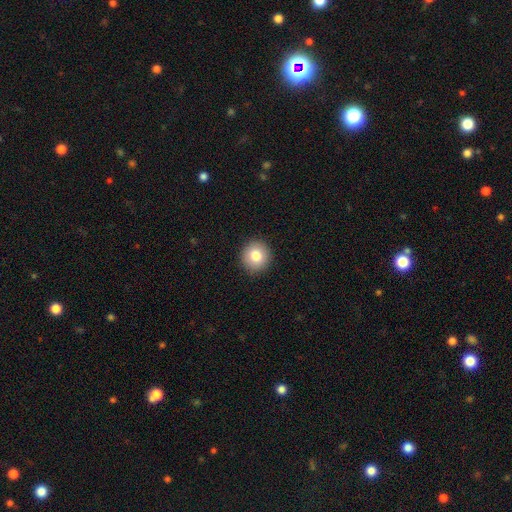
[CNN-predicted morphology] Smooth or featured: smooth — 80% (featured or disk — 10%)
How rounded: round — 92% (in between — 7%)
Merging: none — 91% (minor disturbance — 6%)